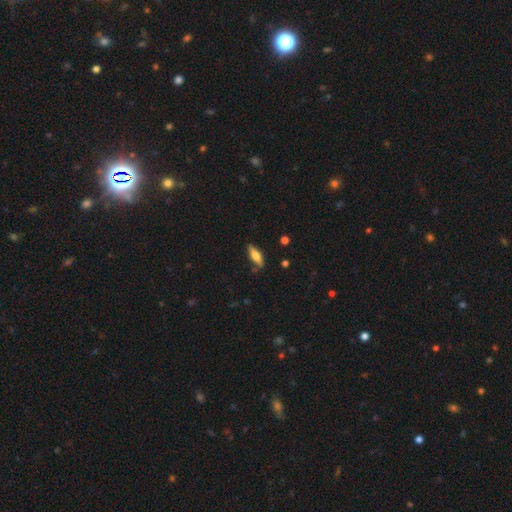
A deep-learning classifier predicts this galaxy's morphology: Q: Smooth or featured?
A: smooth (59%); runner-up: featured or disk (35%)
Q: How rounded?
A: in between (51%); runner-up: cigar-shaped (46%)
Q: Merging?
A: none (78%); runner-up: minor disturbance (16%)